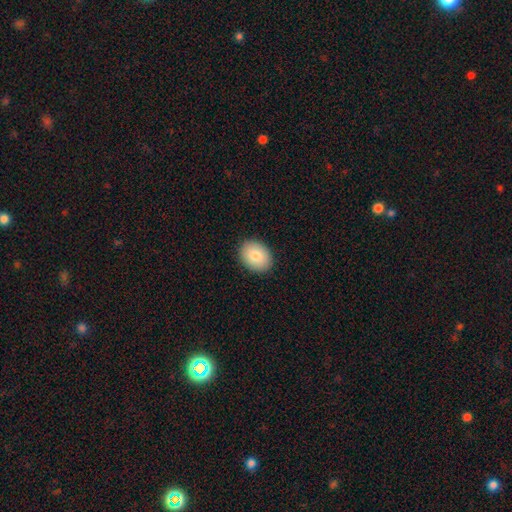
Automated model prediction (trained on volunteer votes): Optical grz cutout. It shows a smooth galaxy with no disk features (84%) that is in between round and cigar-shaped (67%). Merging: none (90%).